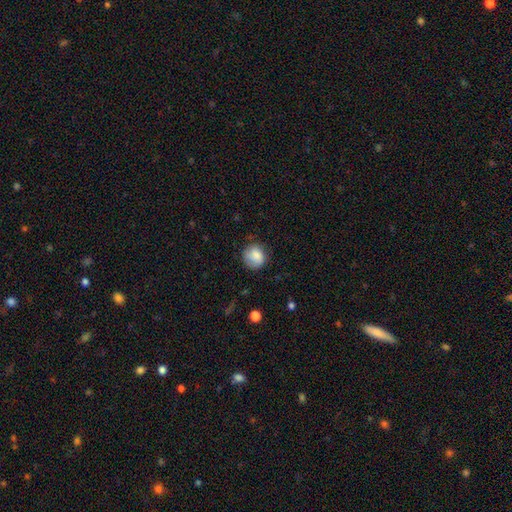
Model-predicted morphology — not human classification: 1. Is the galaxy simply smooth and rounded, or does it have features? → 83% smooth, 9% featured or disk, 8% star or artifact.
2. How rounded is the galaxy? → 85% round, 14% in between, 1% cigar-shaped.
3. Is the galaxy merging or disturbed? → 72% none, 21% minor disturbance, 6% major disturbance, 1% merger.